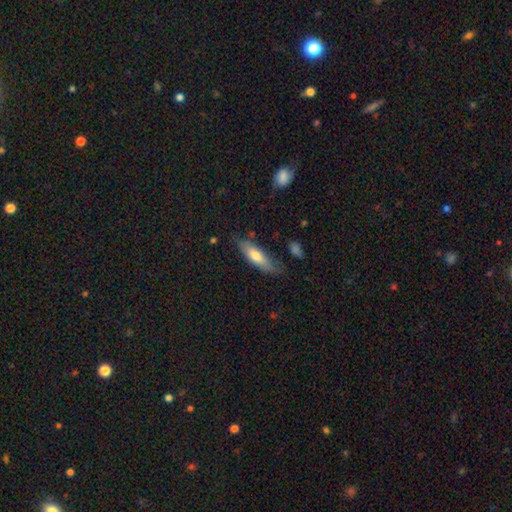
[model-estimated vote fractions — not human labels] A smooth galaxy with no disk features (67%) that is cigar-shaped (54%).

Vote fractions:
- Smooth or featured? smooth: 67% / featured or disk: 27% / star or artifact: 6%
- How rounded? cigar-shaped: 54% / in between: 44% / round: 2%
- Merging? none: 71% / minor disturbance: 21% / major disturbance: 5% / merger: 3%